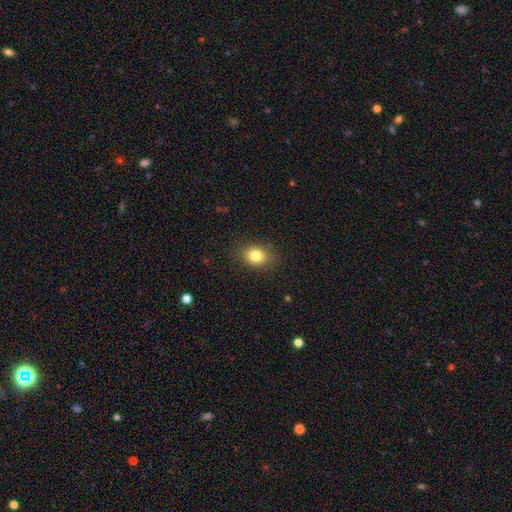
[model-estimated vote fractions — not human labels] Q: Smooth or featured?
A: smooth (81%); runner-up: star or artifact (10%)
Q: How rounded?
A: in between (66%); runner-up: round (32%)
Q: Merging?
A: none (85%); runner-up: minor disturbance (10%)